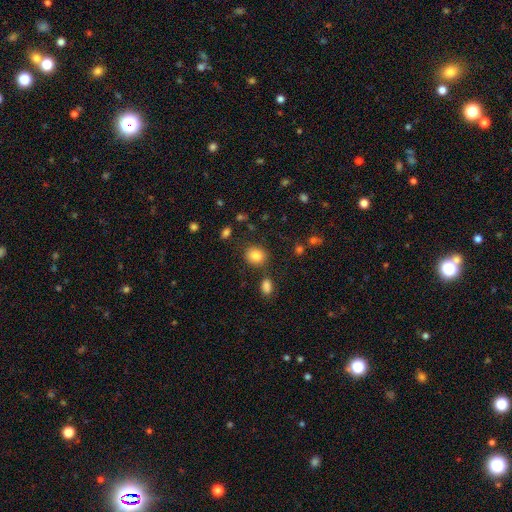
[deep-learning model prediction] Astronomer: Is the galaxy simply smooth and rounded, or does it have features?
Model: smooth — 84%.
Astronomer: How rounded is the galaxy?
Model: round — 73%.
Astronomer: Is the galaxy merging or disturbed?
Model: none — 81%.